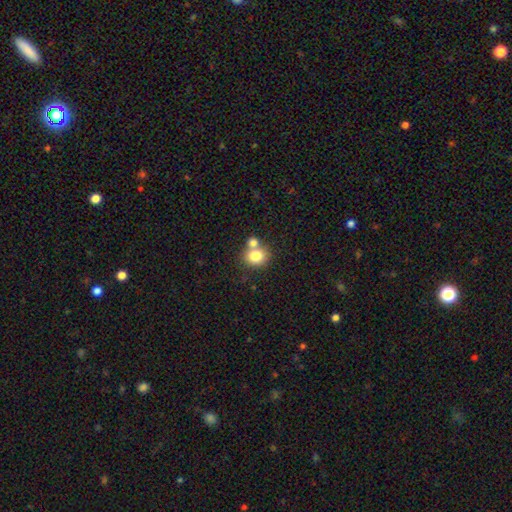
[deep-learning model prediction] This is likely a smooth galaxy (79%). How rounded: likely round (72%). Merging: possibly none (48%).